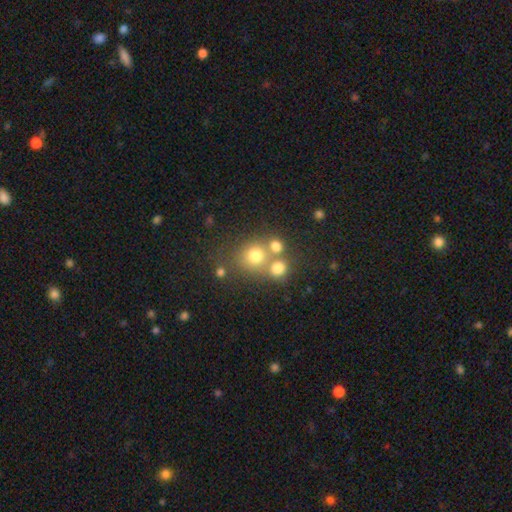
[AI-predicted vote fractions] Q: Smooth or featured?
A: smooth (70%); runner-up: star or artifact (17%)
Q: How rounded?
A: round (83%); runner-up: in between (16%)
Q: Merging?
A: none (53%); runner-up: merger (33%)